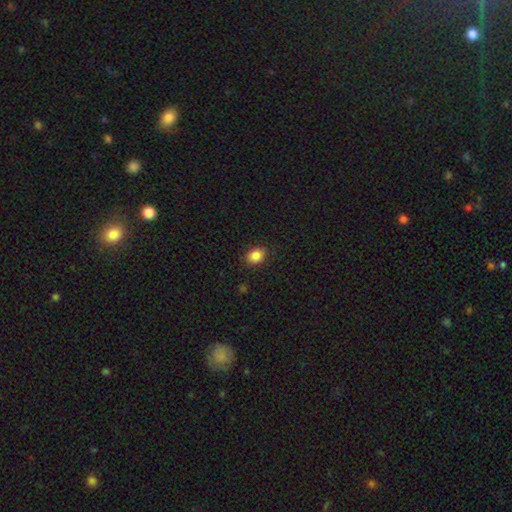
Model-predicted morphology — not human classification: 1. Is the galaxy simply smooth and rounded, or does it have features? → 86% smooth, 10% star or artifact, 4% featured or disk.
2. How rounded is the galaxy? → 50% round, 49% in between, 1% cigar-shaped.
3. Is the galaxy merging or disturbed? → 87% none, 10% minor disturbance, 3% major disturbance, 1% merger.